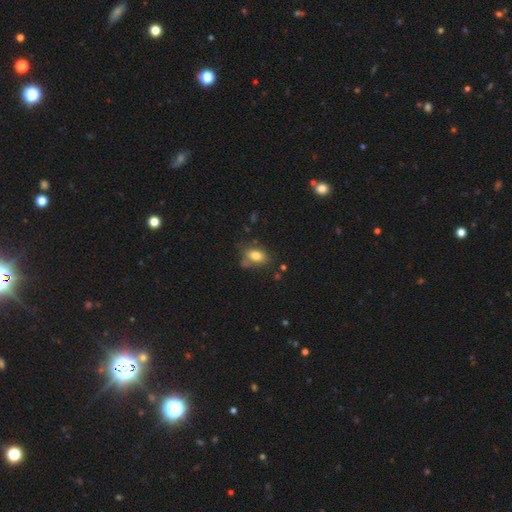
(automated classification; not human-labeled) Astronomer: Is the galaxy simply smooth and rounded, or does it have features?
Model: smooth — 80%.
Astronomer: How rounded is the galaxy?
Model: in between — 81%.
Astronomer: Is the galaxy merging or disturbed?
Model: none — 64%.